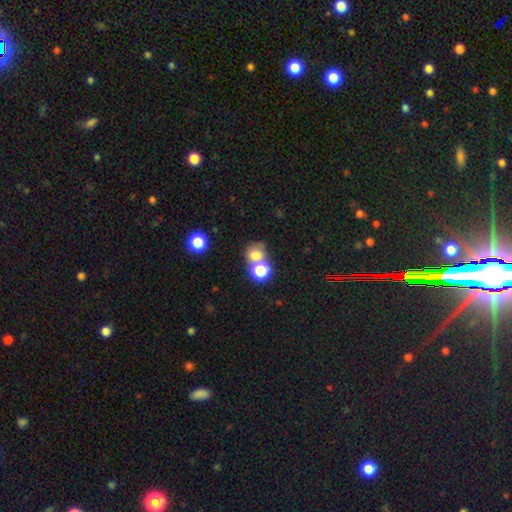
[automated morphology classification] This appears to be a smooth galaxy with no disk features (73%) that is round (72%). Merging: merger (44%).